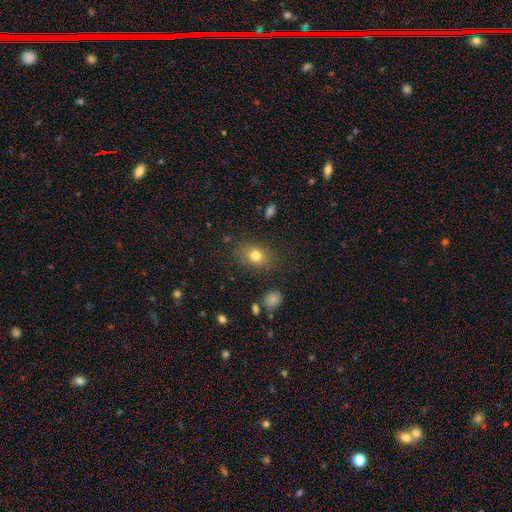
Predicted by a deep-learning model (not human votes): Smooth or featured: smooth — 79% (star or artifact — 12%)
How rounded: in between — 61% (round — 37%)
Merging: none — 82% (minor disturbance — 12%)